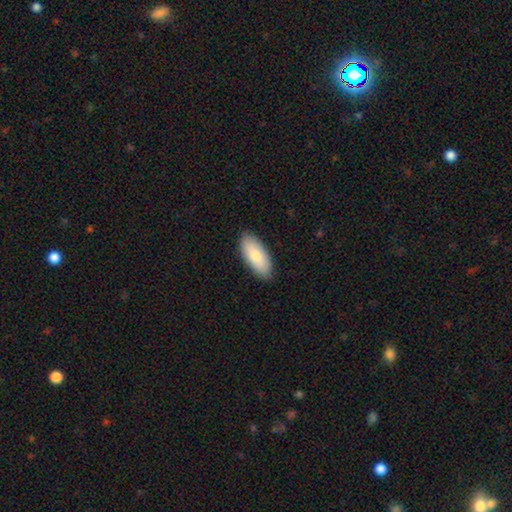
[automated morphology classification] A smooth galaxy with no disk features (80%) that is in between round and cigar-shaped (87%).

Vote fractions:
- Smooth or featured? smooth: 80% / featured or disk: 15% / star or artifact: 5%
- How rounded? in between: 87% / cigar-shaped: 12% / round: 2%
- Merging? none: 87% / minor disturbance: 10% / major disturbance: 2% / merger: 1%